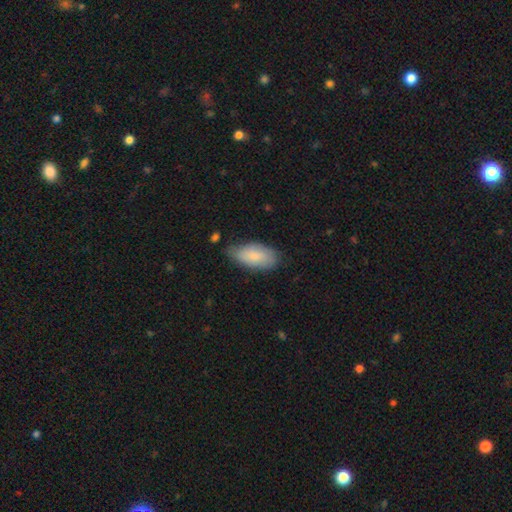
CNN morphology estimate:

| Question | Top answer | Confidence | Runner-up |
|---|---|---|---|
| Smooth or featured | smooth | 80% | featured or disk (15%) |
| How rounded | in between | 92% | cigar-shaped (5%) |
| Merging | none | 63% | minor disturbance (29%) |